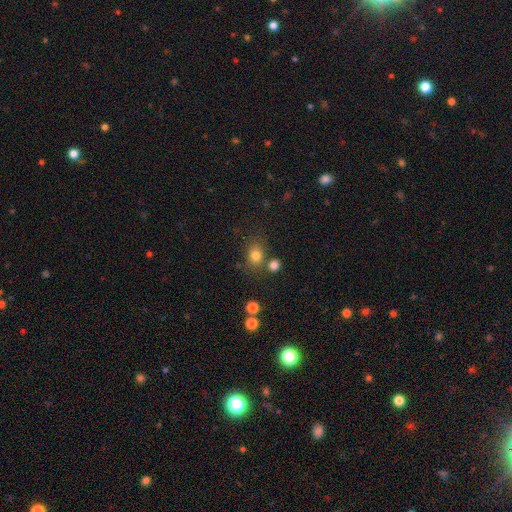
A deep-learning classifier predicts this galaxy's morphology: smooth_or_featured: smooth (p=0.78) [alt: star or artifact p=0.14]
how_rounded: round (p=0.57) [alt: in between p=0.42]
merging: none (p=0.69) [alt: merger p=0.13]